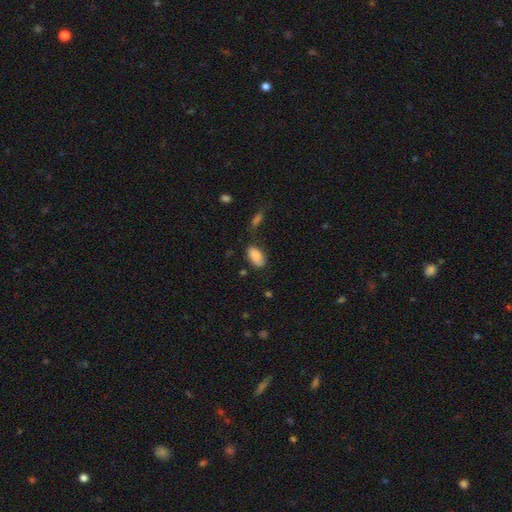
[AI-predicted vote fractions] Smooth or featured? smooth (82%)
How rounded? in between (94%)
Merging? none (67%)